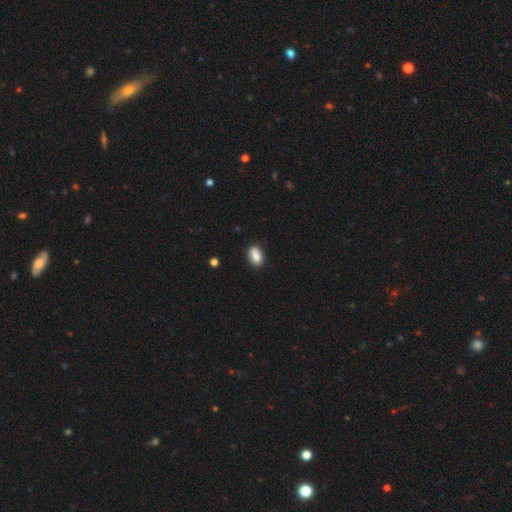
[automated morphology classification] Smooth or featured? smooth (87%)
How rounded? in between (88%)
Merging? none (86%)